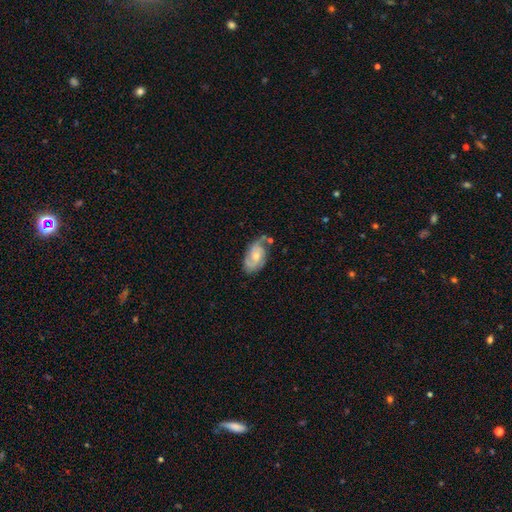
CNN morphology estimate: This appears to be a featured or disk galaxy (75%) with no bar (61%), 2 (65%) medium (44%) spiral arms (93%) and a moderate central bulge (51%). Merging: none (52%).